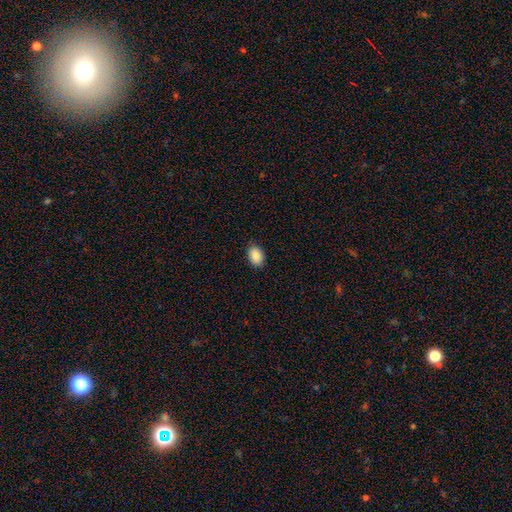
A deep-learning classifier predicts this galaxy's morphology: This appears to be a smooth galaxy with no disk features (89%) that is in between round and cigar-shaped (83%). Merging: none (87%).